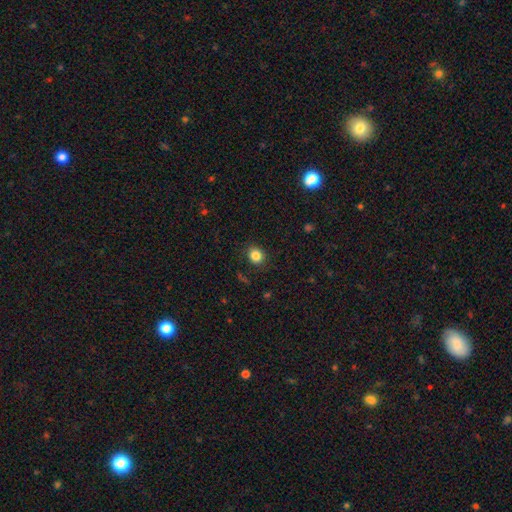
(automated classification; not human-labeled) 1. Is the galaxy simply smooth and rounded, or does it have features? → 84% smooth, 11% star or artifact, 5% featured or disk.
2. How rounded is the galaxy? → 74% round, 25% in between, 1% cigar-shaped.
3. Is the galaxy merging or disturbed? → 88% none, 9% minor disturbance, 3% major disturbance, 1% merger.